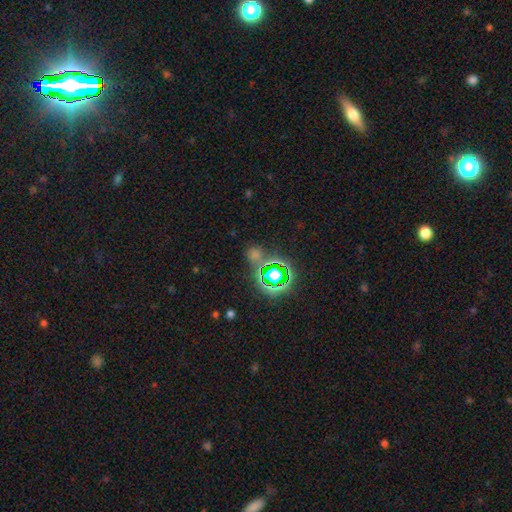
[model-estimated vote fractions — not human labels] Smooth or featured: star or artifact — 66% (smooth — 27%)